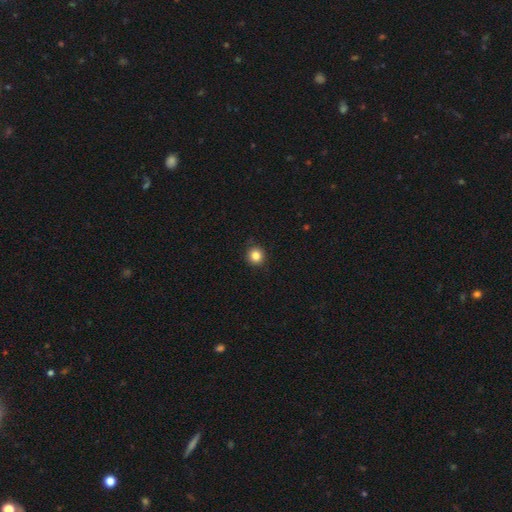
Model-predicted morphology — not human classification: Smooth or featured?
  - smooth: 84% *
  - star or artifact: 11%
  - featured or disk: 5%
How rounded?
  - round: 92% *
  - in between: 8%
  - cigar-shaped: 1%
Merging?
  - none: 90% *
  - minor disturbance: 8%
  - major disturbance: 2%
  - merger: 1%